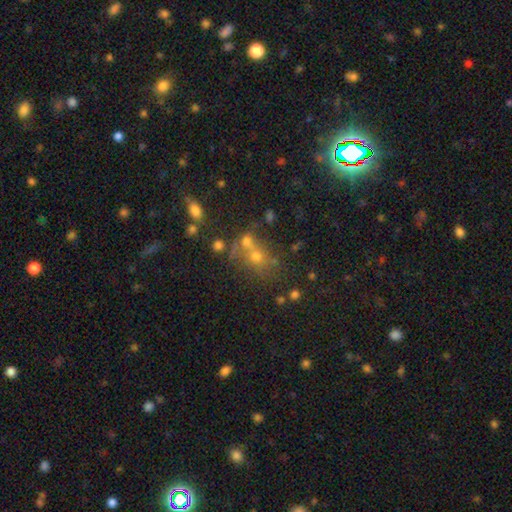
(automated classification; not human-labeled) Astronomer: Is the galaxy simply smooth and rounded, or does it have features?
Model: smooth — 48% (runner-up: star or artifact, 32%).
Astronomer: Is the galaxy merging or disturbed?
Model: none — 46% (runner-up: merger, 36%).